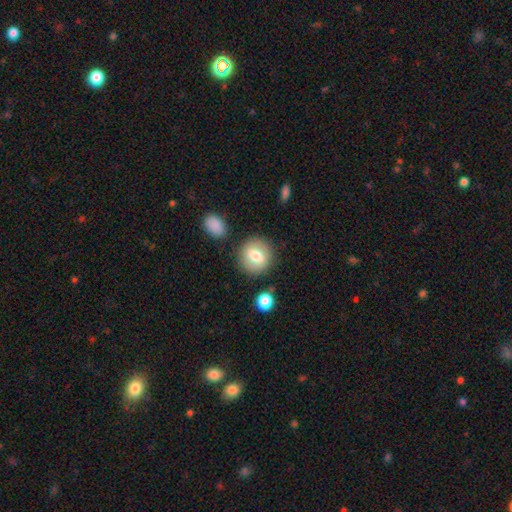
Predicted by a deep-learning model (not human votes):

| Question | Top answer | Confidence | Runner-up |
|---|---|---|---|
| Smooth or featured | smooth | 72% | featured or disk (20%) |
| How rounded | round | 86% | in between (13%) |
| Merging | none | 83% | minor disturbance (10%) |